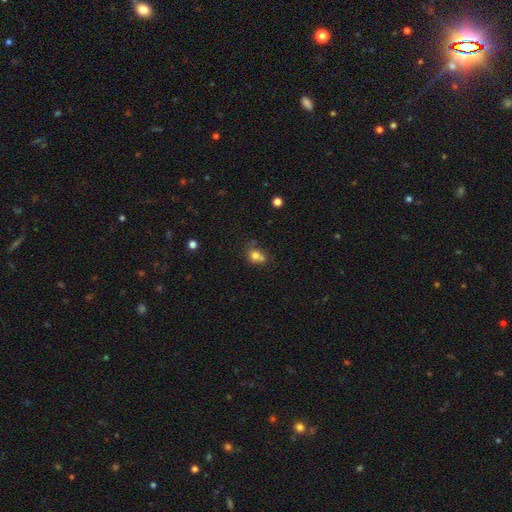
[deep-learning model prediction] A smooth galaxy with no disk features (76%) that is round (60%).

Vote fractions:
- Smooth or featured? smooth: 76% / star or artifact: 12% / featured or disk: 11%
- How rounded? round: 60% / in between: 39% / cigar-shaped: 1%
- Merging? none: 45% / merger: 28% / minor disturbance: 19% / major disturbance: 8%